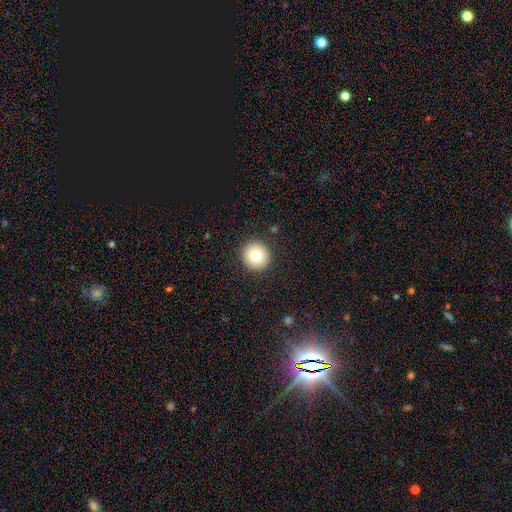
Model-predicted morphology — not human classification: smooth 79%, featured or disk 11%, star or artifact 10%. Down the decision tree: how rounded — round (96%); merging — none (92%).